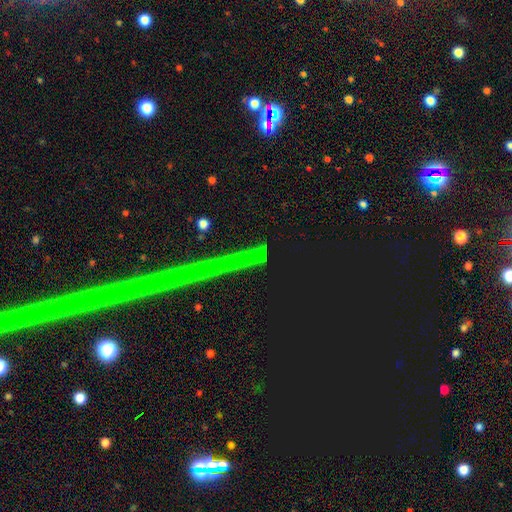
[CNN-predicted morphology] The model was most divided on "smooth or featured": star or artifact: 75%, smooth: 13%, featured or disk: 12%.